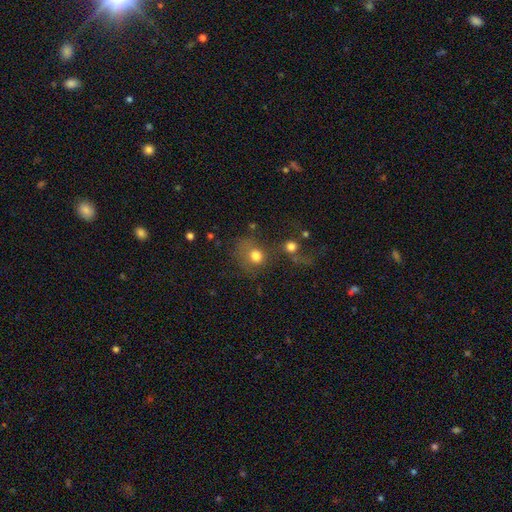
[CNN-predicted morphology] smooth 74%, star or artifact 13%, featured or disk 12%. Down the decision tree: how rounded — round (76%); merging — none (39%).